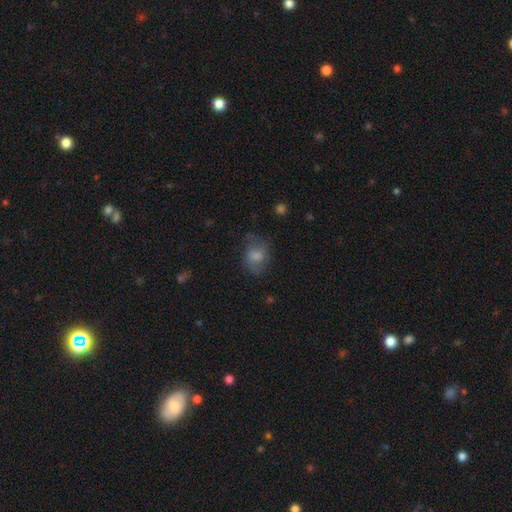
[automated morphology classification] smooth-or-featured: smooth: 65% | featured or disk: 25% | star or artifact: 10%
  how-rounded: in between: 61% | round: 37% | cigar-shaped: 1%
  merging: none: 56% | minor disturbance: 27% | major disturbance: 15% | merger: 2%